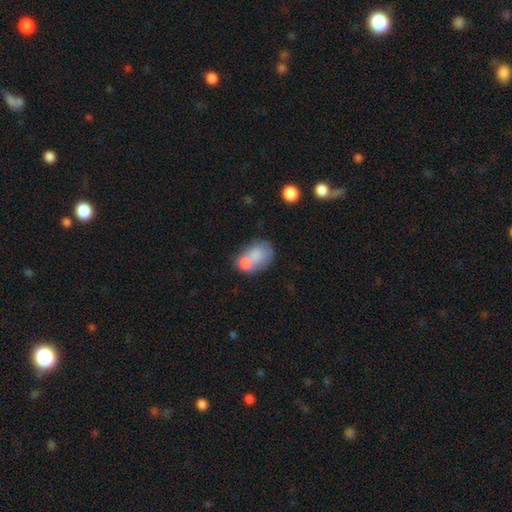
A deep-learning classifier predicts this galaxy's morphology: Smooth or featured? smooth (71%)
How rounded? in between (64%)
Merging? merger (58%)